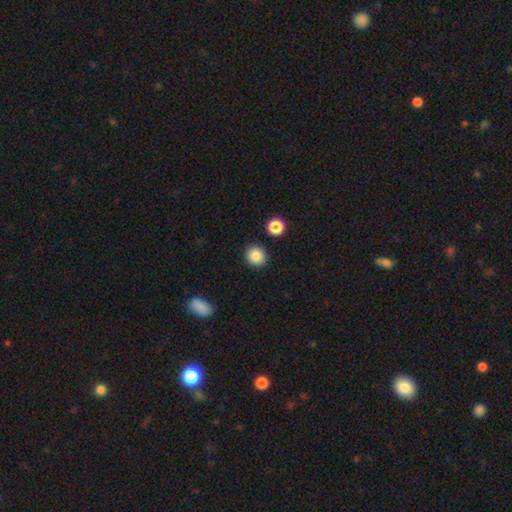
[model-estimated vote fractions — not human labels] Overall: smooth (86%). How rounded: round (91%). Merging: none (89%).